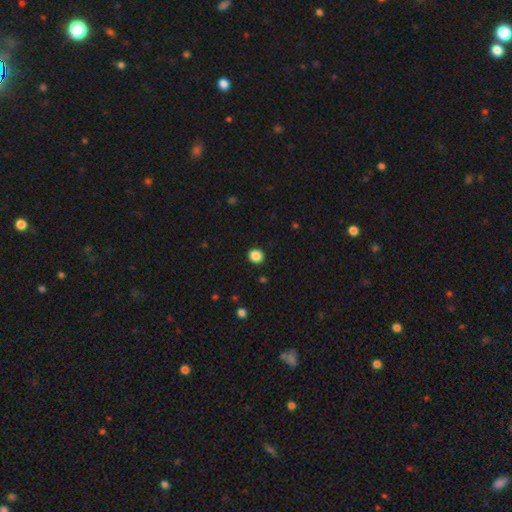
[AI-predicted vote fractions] Smooth or featured? smooth (87%)
How rounded? round (87%)
Merging? none (93%)